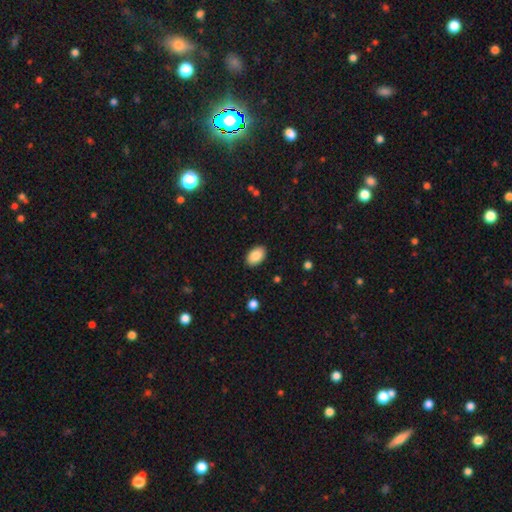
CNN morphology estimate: Smooth or featured? Predicted: smooth (p=0.88). How rounded? Predicted: in between (p=0.92). Merging? Predicted: none (p=0.89).